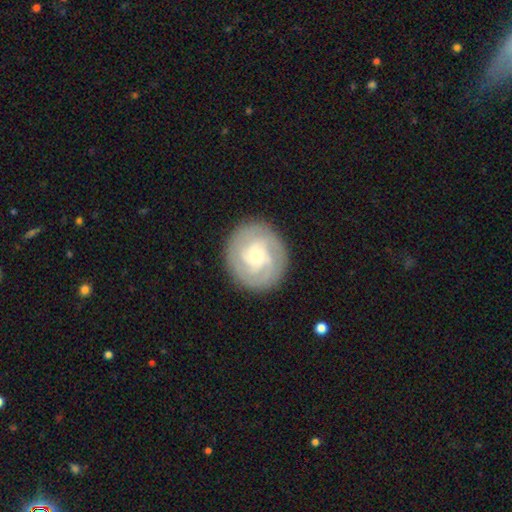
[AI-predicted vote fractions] A featured or disk galaxy (78%) with no bar (71%), 3 (32%) tight (72%) spiral arms (95%) and a small central bulge (65%).

Vote fractions:
- Smooth or featured? featured or disk: 78% / smooth: 16% / star or artifact: 5%
- Edge-on disk? no: 98% / yes: 2%
- Bar? no: 71% / weak: 24% / strong: 5%
- Spiral arms? yes: 95% / no: 5%
- Spiral winding? tight: 72% / medium: 23% / loose: 5%
- Spiral arm count? 3: 32% / can't tell: 24% / 2: 18% / 4: 14% / more than 4: 6% / 1: 6%
- Bulge size? small: 65% / moderate: 30% / large: 3% / none: 1% / dominant: 1%
- Merging? none: 86% / minor disturbance: 10% / major disturbance: 3% / merger: 1%